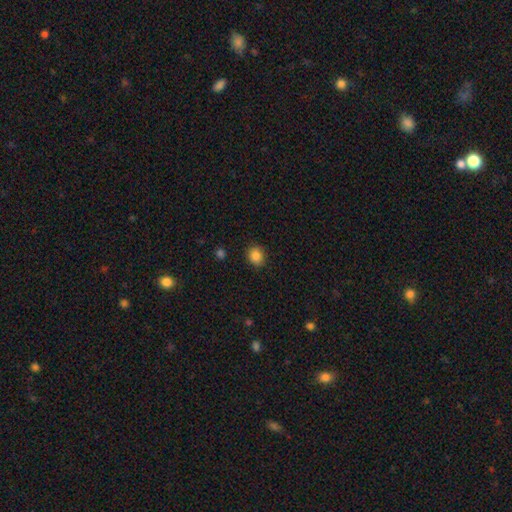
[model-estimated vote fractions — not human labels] Smooth or featured?
  - smooth: 86% *
  - star or artifact: 10%
  - featured or disk: 4%
How rounded?
  - round: 70% *
  - in between: 29%
  - cigar-shaped: 1%
Merging?
  - none: 87% *
  - minor disturbance: 9%
  - major disturbance: 2%
  - merger: 1%